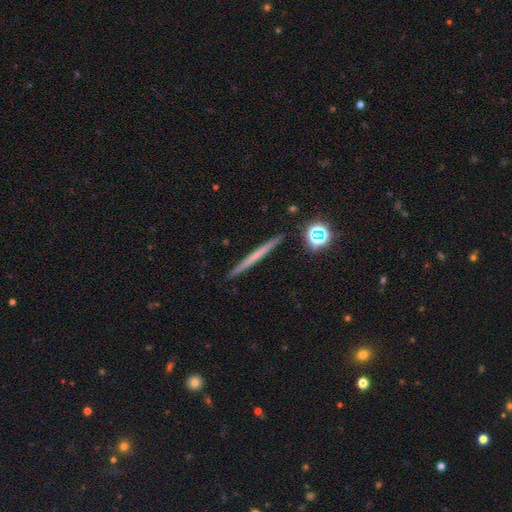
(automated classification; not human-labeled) Morphology: type=smooth (46%, tied with featured or disk); merging=none (92%).